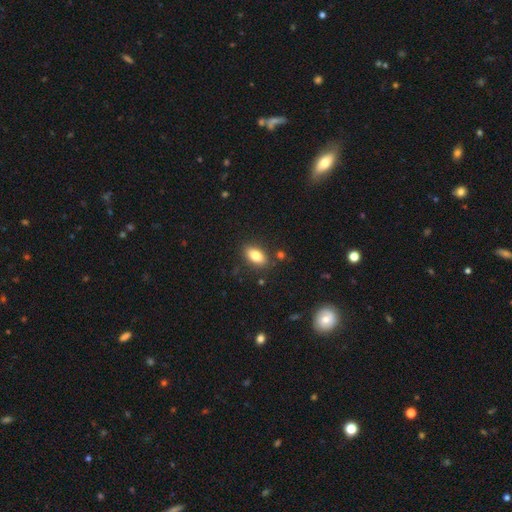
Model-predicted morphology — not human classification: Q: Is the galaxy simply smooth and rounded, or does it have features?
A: smooth — 81%.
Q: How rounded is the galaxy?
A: in between — 89%.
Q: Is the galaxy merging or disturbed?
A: none — 85%.